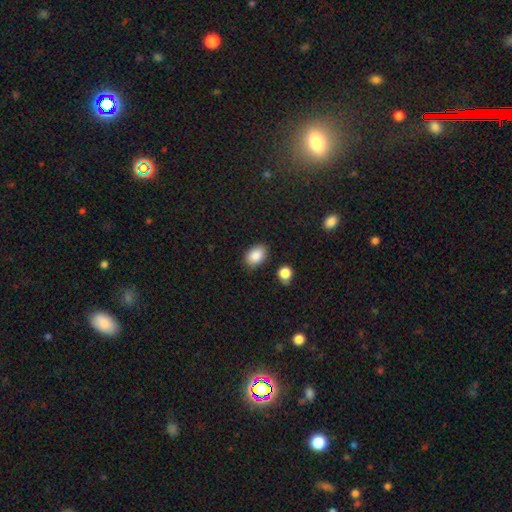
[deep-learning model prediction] Morphology: type=smooth (87%); roundness=in between (85%); merging=none (81%).